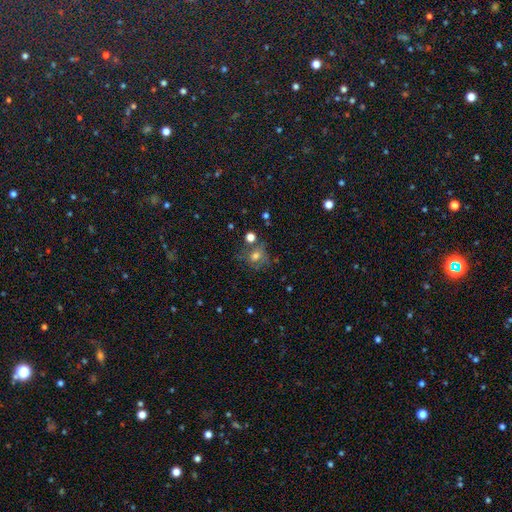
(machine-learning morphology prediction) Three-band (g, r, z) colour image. It shows a smooth galaxy with no disk features (61%) that is round (72%). Merging: none (57%).